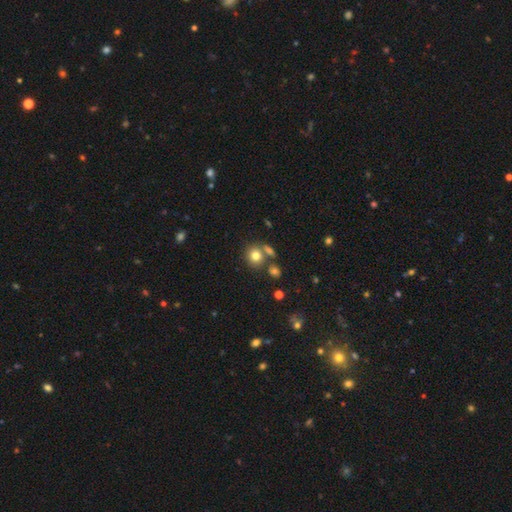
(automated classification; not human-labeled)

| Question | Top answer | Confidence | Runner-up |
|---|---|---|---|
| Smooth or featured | smooth | 78% | star or artifact (12%) |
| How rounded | round | 79% | in between (20%) |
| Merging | none | 64% | merger (21%) |